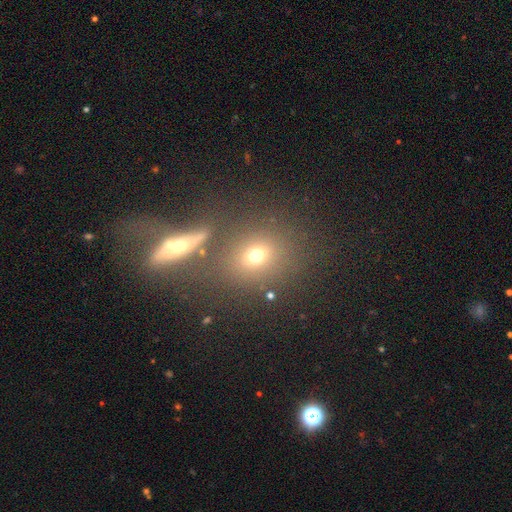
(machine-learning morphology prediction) A smooth galaxy with no disk features (68%) that is round (66%). Merging: none (69%).